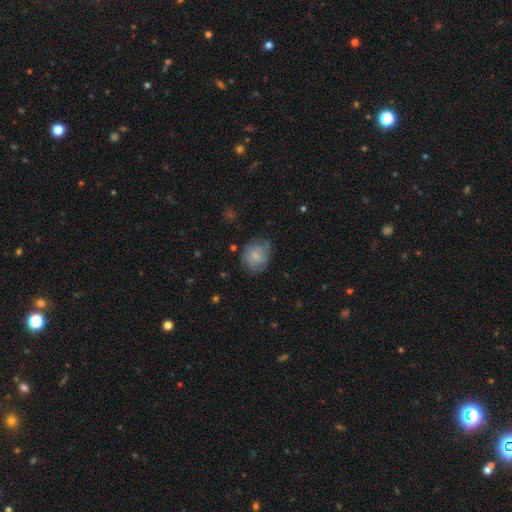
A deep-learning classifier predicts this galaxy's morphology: A smooth galaxy with no disk features (72%) that is round (65%).

Vote fractions:
- Smooth or featured? smooth: 72% / featured or disk: 21% / star or artifact: 7%
- How rounded? round: 65% / in between: 34% / cigar-shaped: 1%
- Merging? none: 64% / minor disturbance: 26% / major disturbance: 8% / merger: 2%